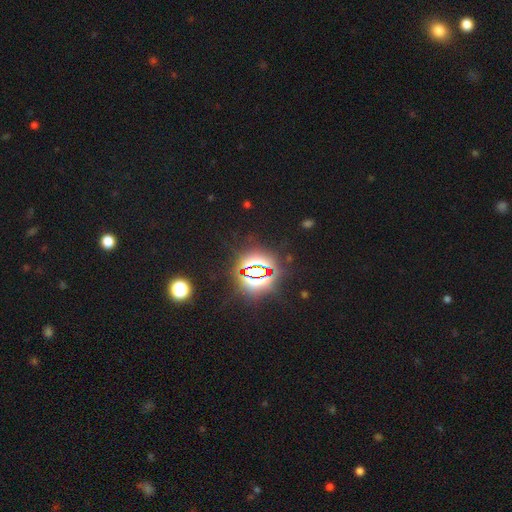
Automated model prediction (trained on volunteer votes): A star or artifact, not a galaxy (83%).

Vote fractions:
- Smooth or featured? star or artifact: 83% / smooth: 10% / featured or disk: 7%